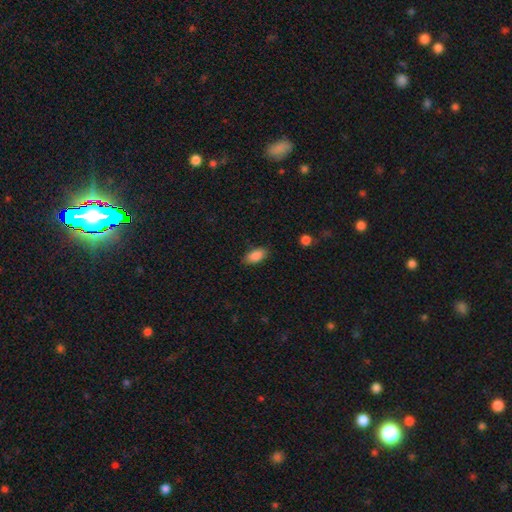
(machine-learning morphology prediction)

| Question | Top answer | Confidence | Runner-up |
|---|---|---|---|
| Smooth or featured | smooth | 87% | star or artifact (8%) |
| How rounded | in between | 91% | cigar-shaped (6%) |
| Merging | none | 85% | minor disturbance (11%) |